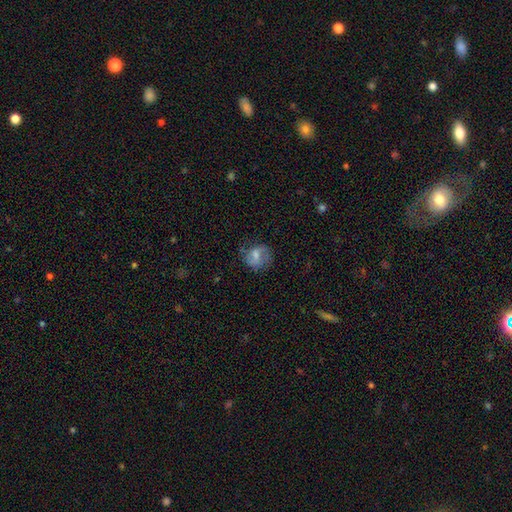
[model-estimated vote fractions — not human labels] Smooth or featured?
  - smooth: 48% *
  - featured or disk: 43%
  - star or artifact: 9%
Merging?
  - none: 61% *
  - minor disturbance: 23%
  - major disturbance: 14%
  - merger: 2%